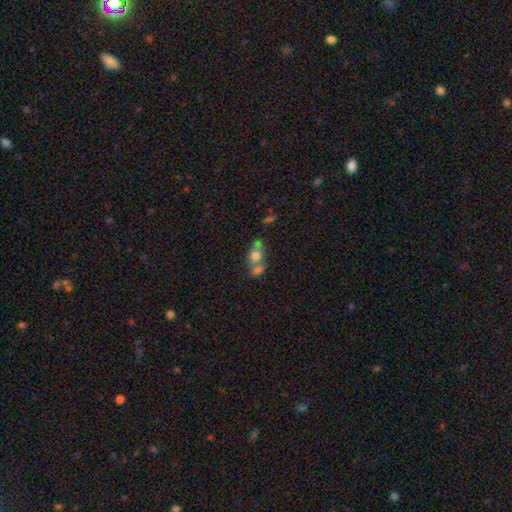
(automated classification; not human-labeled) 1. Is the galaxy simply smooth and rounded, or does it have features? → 67% smooth, 23% featured or disk, 10% star or artifact.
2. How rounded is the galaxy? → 68% in between, 26% round, 6% cigar-shaped.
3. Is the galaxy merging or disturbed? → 53% merger, 31% none, 11% minor disturbance, 5% major disturbance.